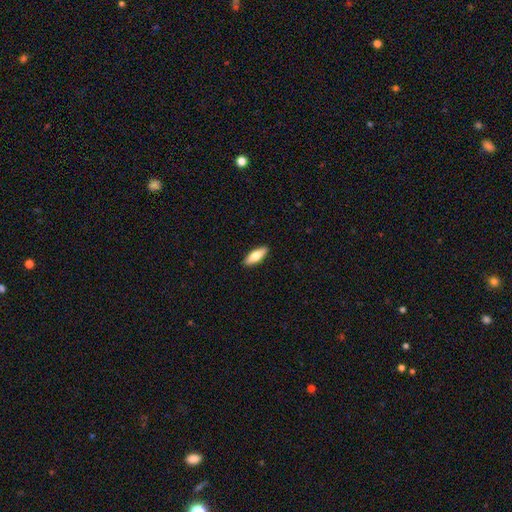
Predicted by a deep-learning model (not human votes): Smooth or featured: smooth — 69% (featured or disk — 26%)
How rounded: in between — 62% (cigar-shaped — 36%)
Merging: none — 90% (minor disturbance — 7%)